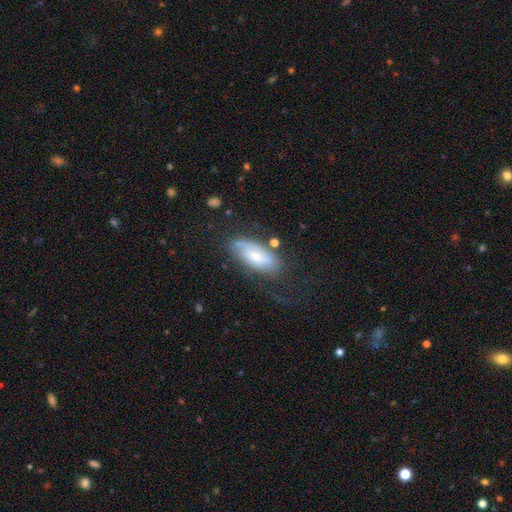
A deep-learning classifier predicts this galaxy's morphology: The model was most divided on "smooth or featured": featured or disk: 50%, smooth: 42%, star or artifact: 8%. More confident: edge-on disk — no (84%); merging — none (55%).